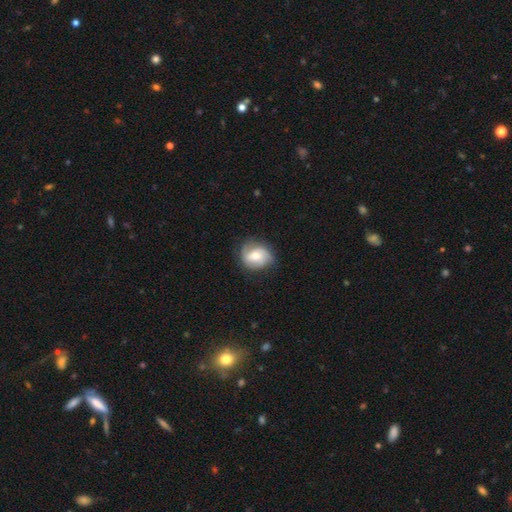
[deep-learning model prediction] Smooth or featured? featured or disk (48%)
Merging? none (68%)